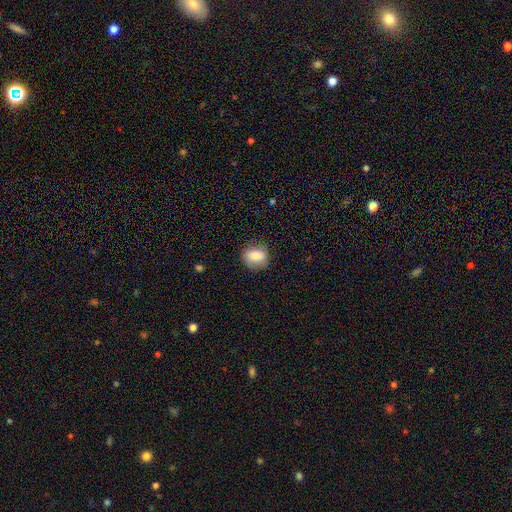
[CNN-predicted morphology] This is likely a smooth galaxy (77%). How rounded: likely round (62%). Merging: likely none (75%).